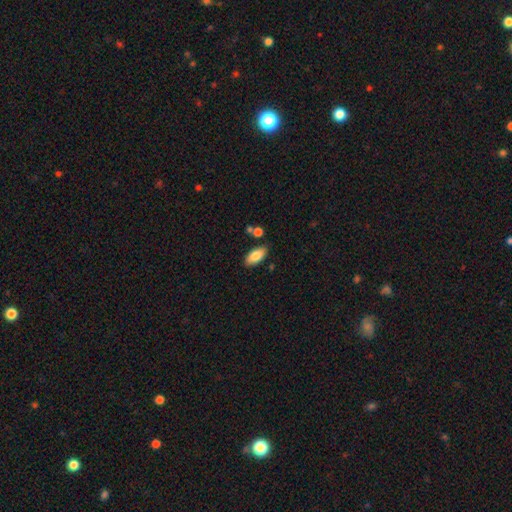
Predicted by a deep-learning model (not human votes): Morphology: type=smooth (83%); roundness=in between (92%); merging=none (81%).